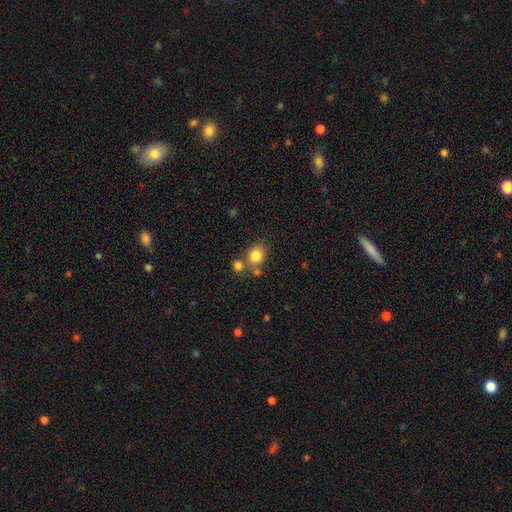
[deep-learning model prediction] smooth_or_featured: smooth (p=0.82) [alt: star or artifact p=0.11]
how_rounded: round (p=0.75) [alt: in between p=0.24]
merging: none (p=0.61) [alt: merger p=0.24]